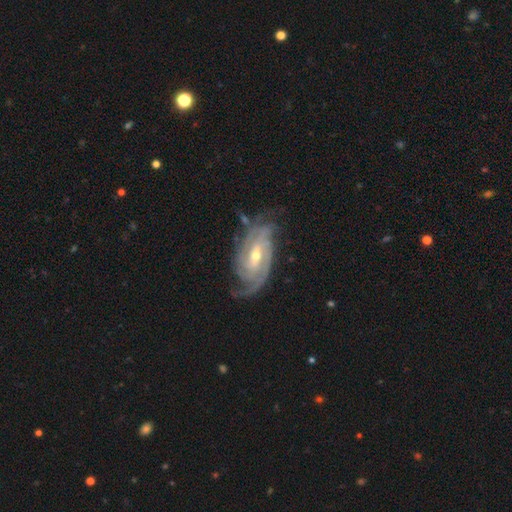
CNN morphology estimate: Smooth or featured?
  - featured or disk: 91% *
  - star or artifact: 4%
  - smooth: 4%
Edge-on disk?
  - no: 96% *
  - yes: 4%
Bar?
  - weak: 45% *
  - no: 33%
  - strong: 22%
Spiral arms?
  - yes: 98% *
  - no: 2%
Spiral winding?
  - tight: 65% *
  - medium: 30%
  - loose: 6%
Spiral arm count?
  - 3: 31% *
  - 2: 29%
  - can't tell: 16%
  - 4: 14%
  - more than 4: 5%
  - 1: 5%
Bulge size?
  - moderate: 50% *
  - small: 47%
  - large: 2%
  - none: 1%
  - dominant: 1%
Merging?
  - none: 73% *
  - minor disturbance: 19%
  - major disturbance: 7%
  - merger: 2%